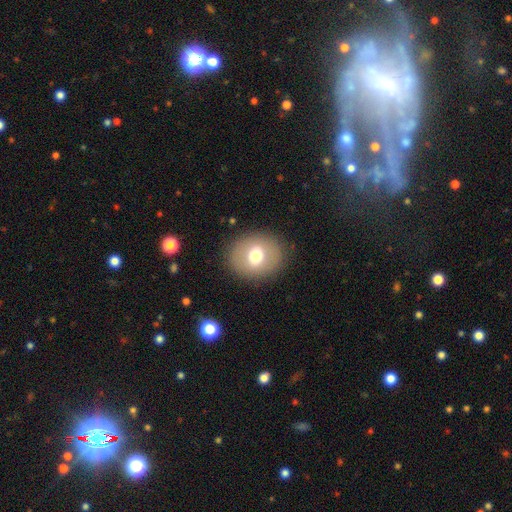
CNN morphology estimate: Smooth or featured? Predicted: smooth (p=0.67). How rounded? Predicted: round (p=0.66). Merging? Predicted: none (p=0.88).